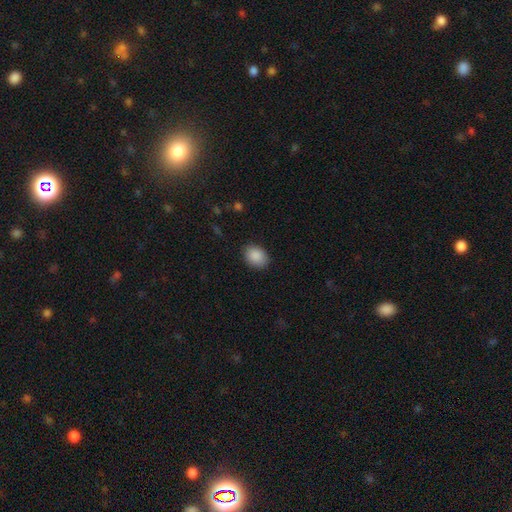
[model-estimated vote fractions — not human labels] Smooth or featured? smooth (89%)
How rounded? in between (69%)
Merging? none (87%)